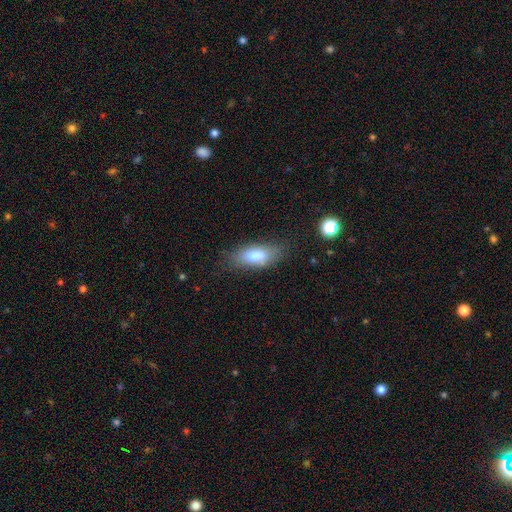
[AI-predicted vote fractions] Q: Smooth or featured?
A: smooth (79%); runner-up: featured or disk (13%)
Q: How rounded?
A: in between (77%); runner-up: cigar-shaped (21%)
Q: Merging?
A: none (75%); runner-up: minor disturbance (17%)